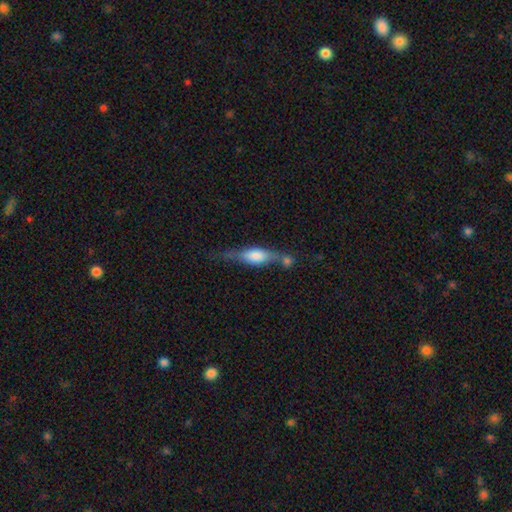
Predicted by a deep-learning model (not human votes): A smooth galaxy with no disk features (47%). Merging: none (43%).